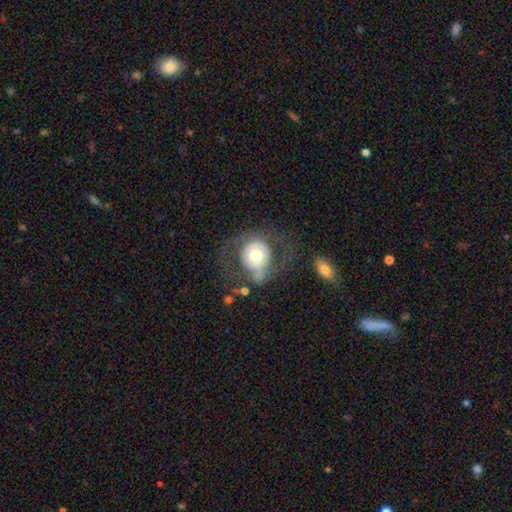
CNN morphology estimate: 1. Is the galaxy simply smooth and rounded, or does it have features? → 50% featured or disk, 43% smooth, 7% star or artifact.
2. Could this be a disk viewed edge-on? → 95% no, 5% yes.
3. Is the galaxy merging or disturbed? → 56% none, 23% major disturbance, 15% minor disturbance, 5% merger.